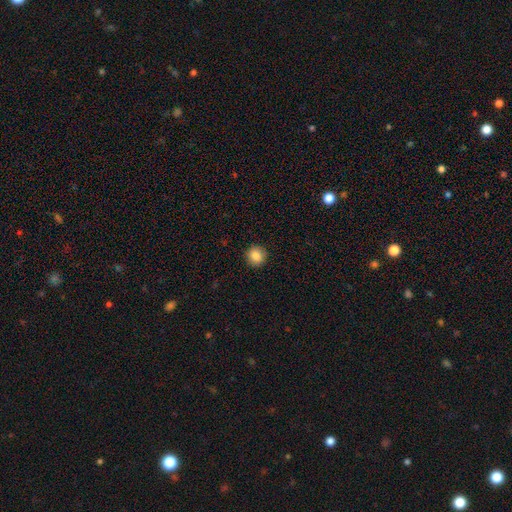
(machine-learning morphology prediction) This is clearly a smooth galaxy (86%). How rounded: clearly round (93%). Merging: clearly none (91%).